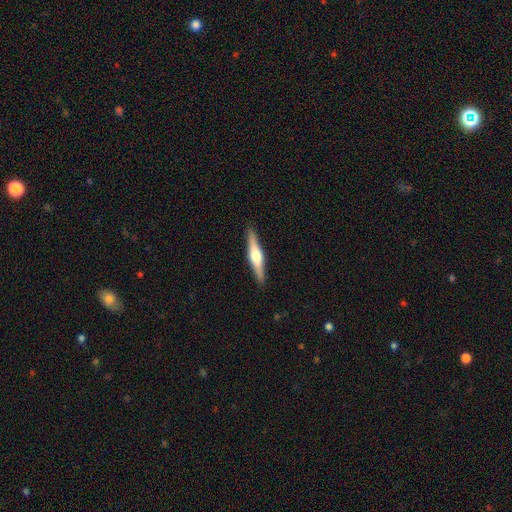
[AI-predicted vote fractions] A featured or disk galaxy (66%) viewed edge-on (98%) with a rounded central bulge (89%).

Vote fractions:
- Smooth or featured? featured or disk: 66% / smooth: 29% / star or artifact: 5%
- Edge-on disk? yes: 98% / no: 2%
- Edge-on bulge? rounded: 89% / boxy: 8% / none: 3%
- Merging? none: 91% / minor disturbance: 6% / major disturbance: 1% / merger: 1%